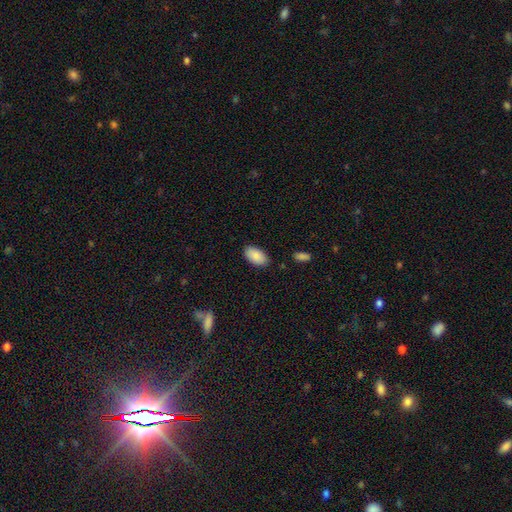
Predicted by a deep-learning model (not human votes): A smooth galaxy with no disk features (88%) that is in between round and cigar-shaped (95%). Merging: none (85%).